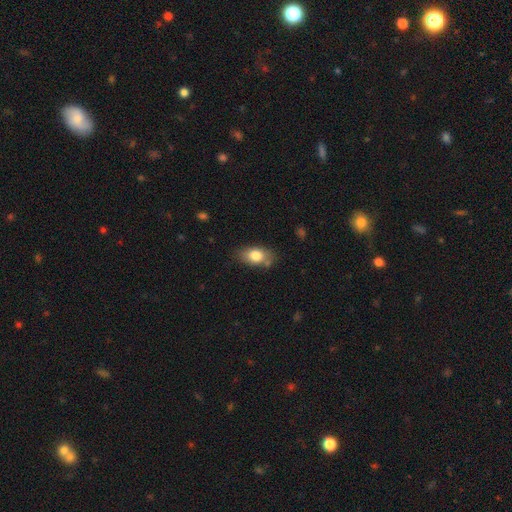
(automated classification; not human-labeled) smooth-or-featured: smooth: 79% | featured or disk: 13% | star or artifact: 8%
  how-rounded: in between: 87% | round: 10% | cigar-shaped: 3%
  merging: none: 71% | minor disturbance: 20% | merger: 5% | major disturbance: 4%